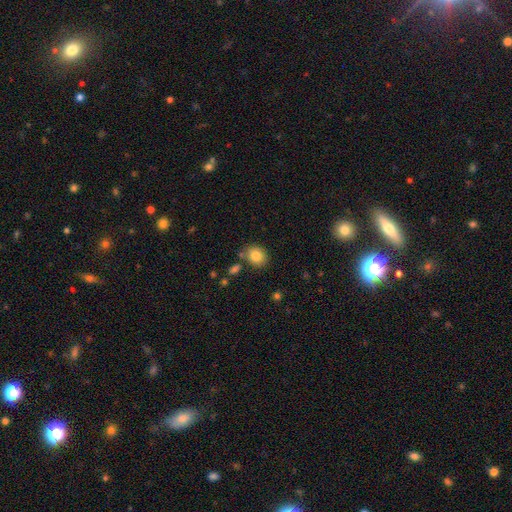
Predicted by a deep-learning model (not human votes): This is clearly a smooth galaxy (84%). How rounded: likely round (64%). Merging: likely none (77%).